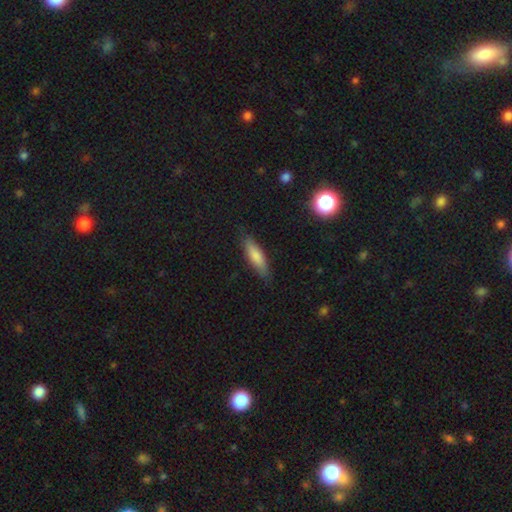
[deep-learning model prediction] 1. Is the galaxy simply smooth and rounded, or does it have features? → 75% smooth, 18% featured or disk, 7% star or artifact.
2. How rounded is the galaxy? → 66% cigar-shaped, 32% in between, 2% round.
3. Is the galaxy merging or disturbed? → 83% none, 13% minor disturbance, 2% major disturbance, 1% merger.